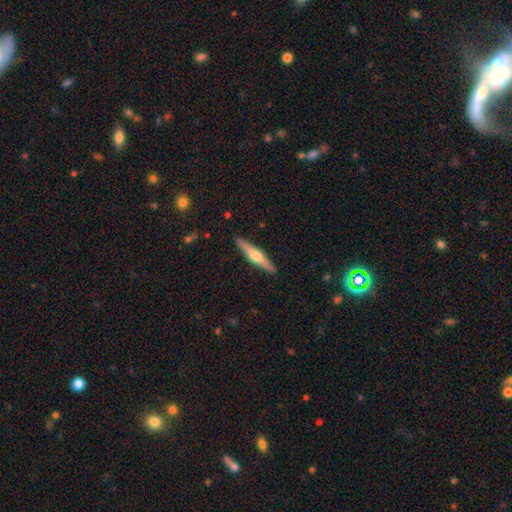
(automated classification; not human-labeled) Smooth or featured? featured or disk (58%)
Edge-on disk? yes (96%)
Edge-on bulge? rounded (90%)
Merging? none (91%)